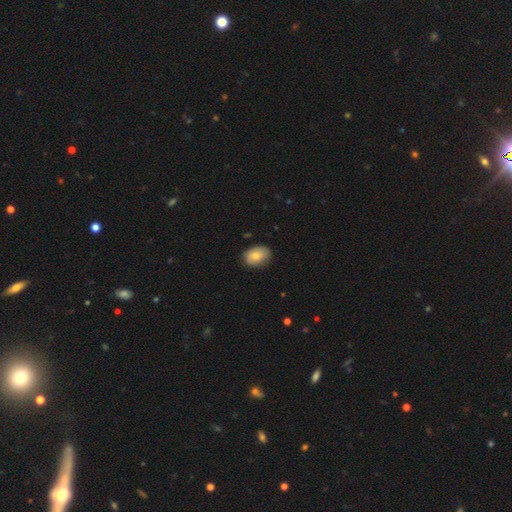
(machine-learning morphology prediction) smooth 74%, featured or disk 18%, star or artifact 7%. Down the decision tree: how rounded — in between (75%); merging — none (78%).